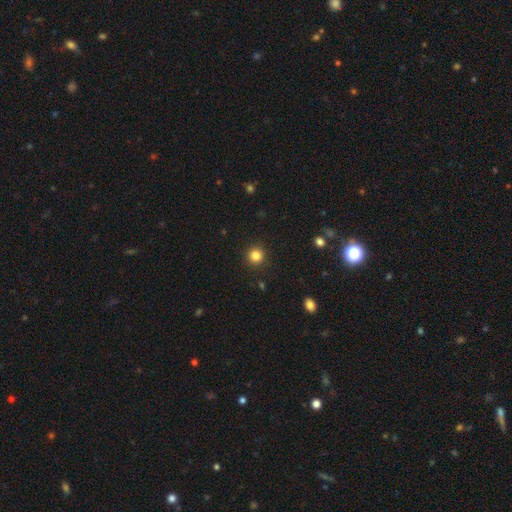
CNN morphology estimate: This appears to be a smooth galaxy with no disk features (84%) that is round (95%). Merging: none (92%).